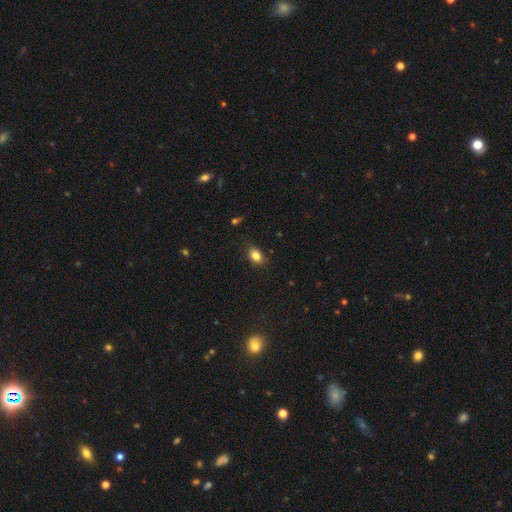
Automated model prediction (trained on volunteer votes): smooth_or_featured: smooth (p=0.83) [alt: star or artifact p=0.10]
how_rounded: in between (p=0.71) [alt: round p=0.28]
merging: none (p=0.79) [alt: minor disturbance p=0.16]